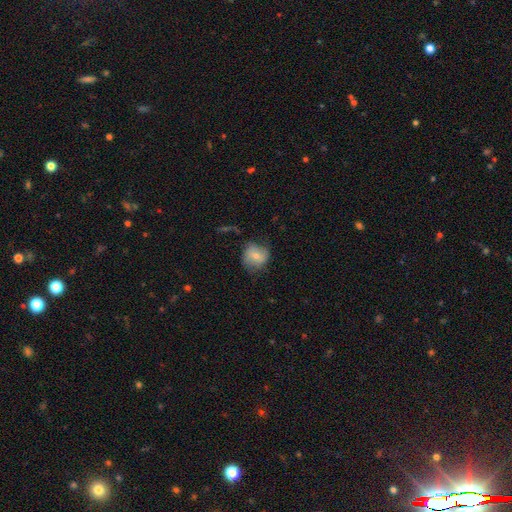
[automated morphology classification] smooth 62%, featured or disk 29%, star or artifact 9%. Down the decision tree: how rounded — round (75%); merging — none (59%).